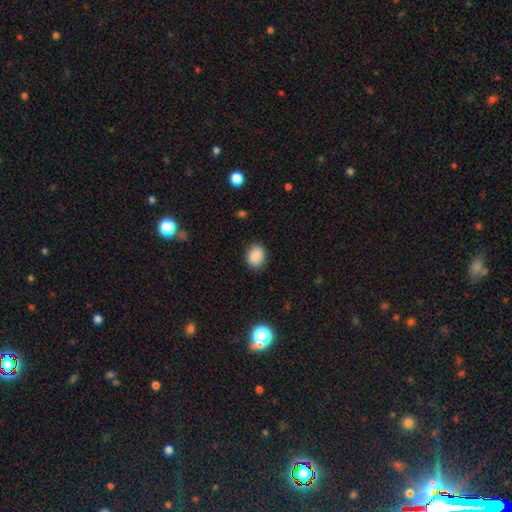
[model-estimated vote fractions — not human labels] A smooth galaxy with no disk features (88%) that is in between round and cigar-shaped (55%). Merging: none (86%).